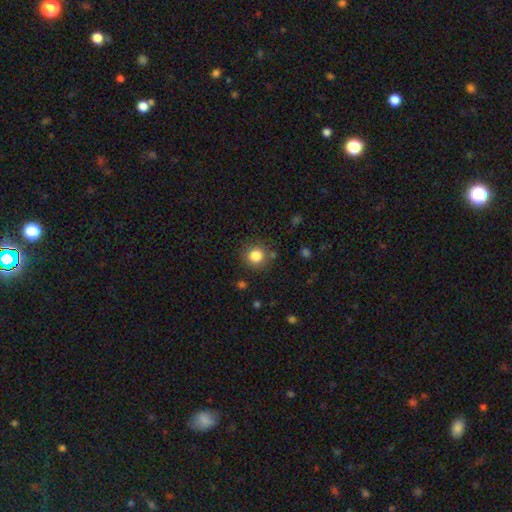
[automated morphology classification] Smooth or featured: smooth — 84% (star or artifact — 11%)
How rounded: round — 91% (in between — 8%)
Merging: none — 84% (minor disturbance — 10%)